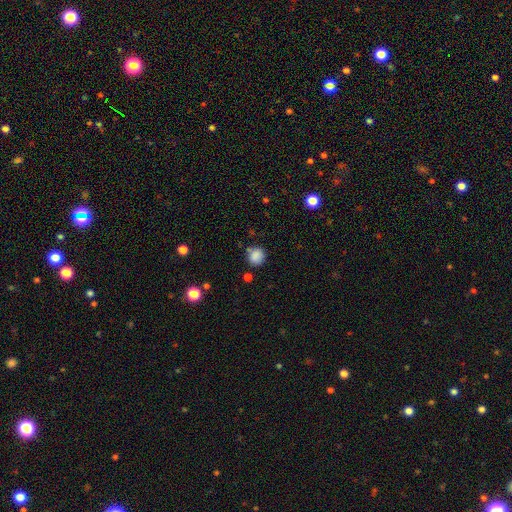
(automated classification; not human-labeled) Smooth or featured: smooth — 86% (star or artifact — 10%)
How rounded: round — 85% (in between — 14%)
Merging: none — 76% (minor disturbance — 15%)